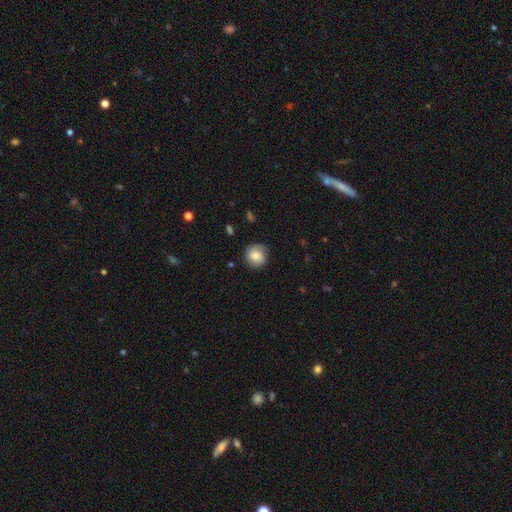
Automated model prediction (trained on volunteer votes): This is likely a smooth galaxy (78%). How rounded: clearly round (88%). Merging: likely none (77%).